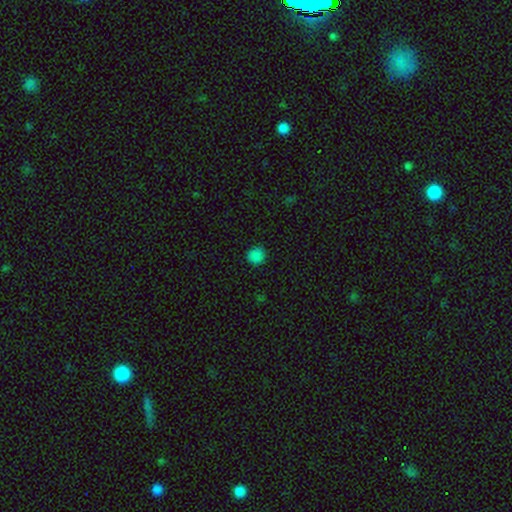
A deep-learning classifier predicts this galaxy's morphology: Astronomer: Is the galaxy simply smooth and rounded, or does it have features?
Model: smooth — 85%.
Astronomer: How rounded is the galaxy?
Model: round — 92%.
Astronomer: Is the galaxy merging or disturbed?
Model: none — 90%.